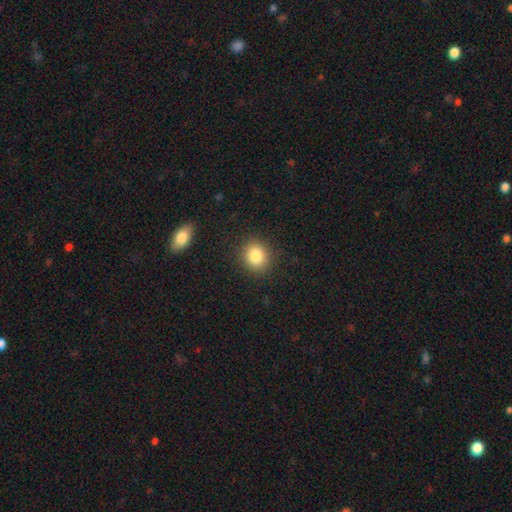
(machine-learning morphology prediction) Smooth or featured? Predicted: smooth (p=0.84). How rounded? Predicted: round (p=0.80). Merging? Predicted: none (p=0.89).